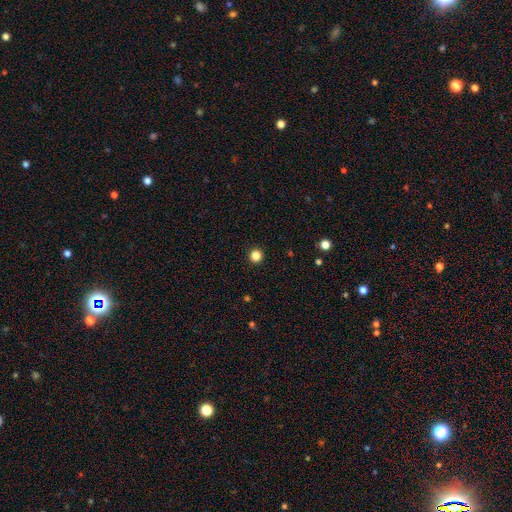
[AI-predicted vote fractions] A smooth galaxy with no disk features (85%) that is round (96%).

Vote fractions:
- Smooth or featured? smooth: 85% / star or artifact: 12% / featured or disk: 3%
- How rounded? round: 96% / in between: 3% / cigar-shaped: 1%
- Merging? none: 94% / minor disturbance: 3% / major disturbance: 1% / merger: 1%